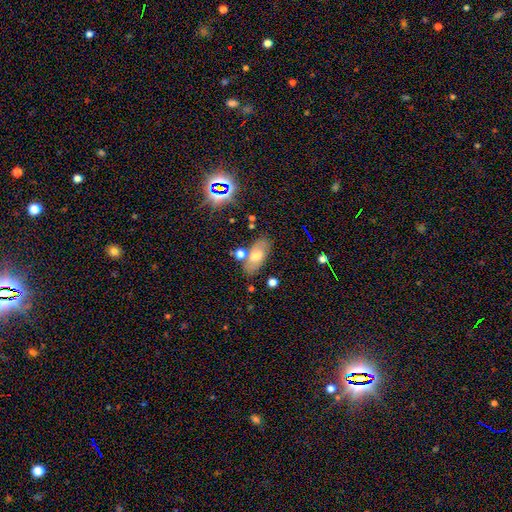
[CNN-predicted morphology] Smooth or featured? smooth (58%)
How rounded? in between (88%)
Merging? none (71%)